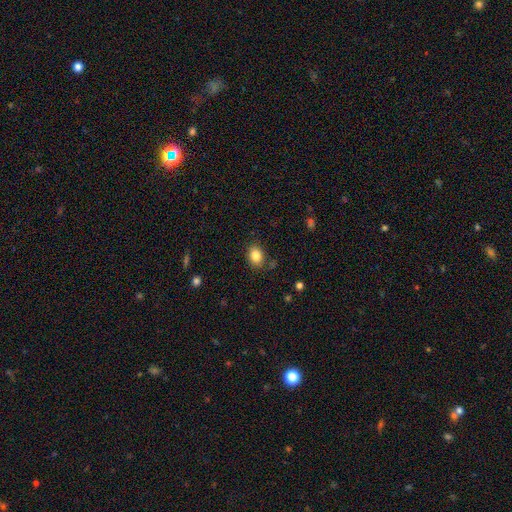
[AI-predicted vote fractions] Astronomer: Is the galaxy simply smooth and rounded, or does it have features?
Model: smooth — 84%.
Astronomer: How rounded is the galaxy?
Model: in between — 70%.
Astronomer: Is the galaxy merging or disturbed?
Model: none — 83%.